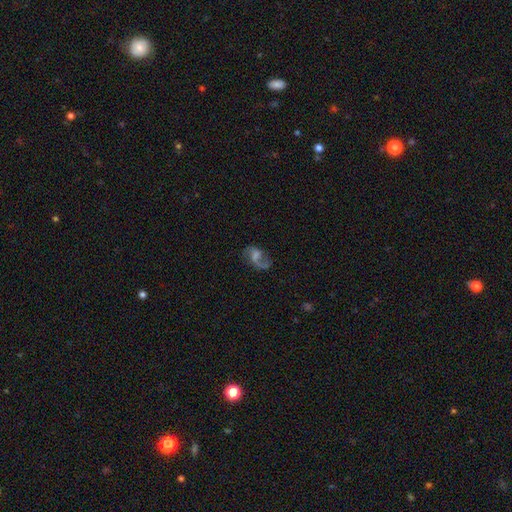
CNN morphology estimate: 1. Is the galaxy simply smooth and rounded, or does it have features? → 77% featured or disk, 13% smooth, 10% star or artifact.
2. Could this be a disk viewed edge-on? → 97% no, 3% yes.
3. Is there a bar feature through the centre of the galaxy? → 46% no, 44% weak, 10% strong.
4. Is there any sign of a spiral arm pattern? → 94% yes, 6% no.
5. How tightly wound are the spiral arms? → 57% loose, 36% medium, 7% tight.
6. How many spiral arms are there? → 80% 2, 13% 1, 4% can't tell, 1% 3, 1% 4, 1% more than 4.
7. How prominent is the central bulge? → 32% moderate, 28% none, 26% small, 12% large, 2% dominant.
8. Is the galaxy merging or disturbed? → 67% none, 17% minor disturbance, 14% major disturbance, 3% merger.